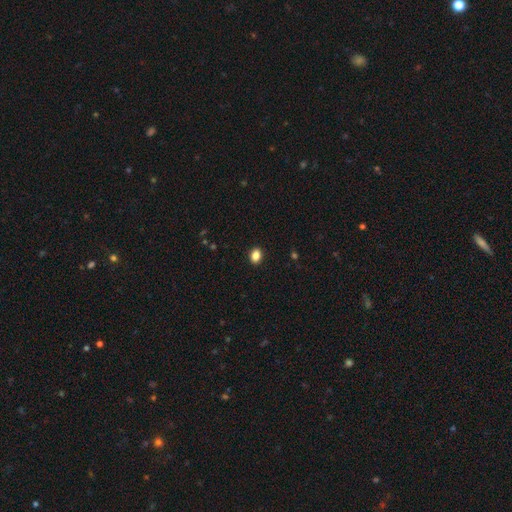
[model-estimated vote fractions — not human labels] A smooth galaxy with no disk features (86%) that is in between round and cigar-shaped (66%). Merging: none (91%).